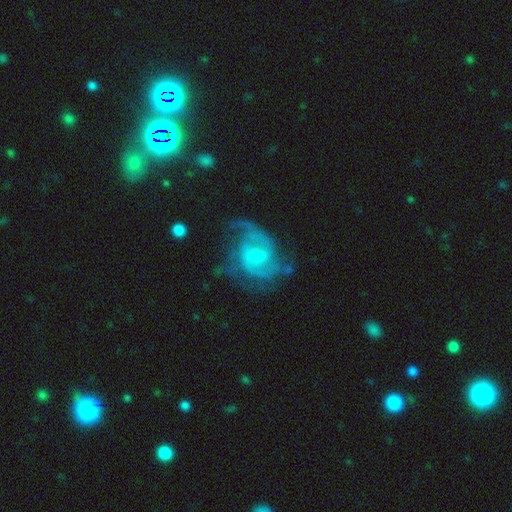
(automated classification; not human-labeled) A featured or disk galaxy (84%) with a weak bar (52%), 2 (60%) medium (53%) spiral arms (94%) and a small central bulge (55%). Merging: none (53%).